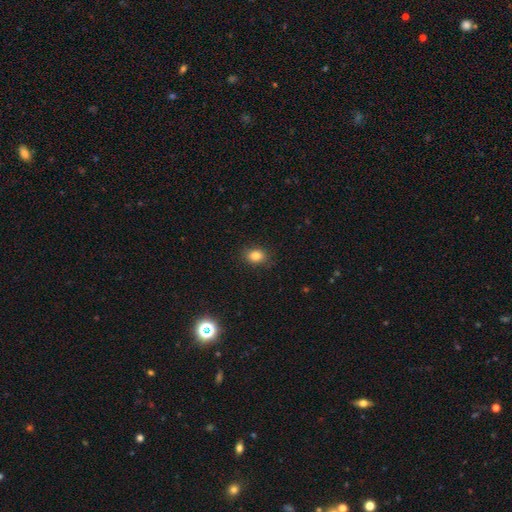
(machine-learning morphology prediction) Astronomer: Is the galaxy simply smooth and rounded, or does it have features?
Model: smooth — 84%.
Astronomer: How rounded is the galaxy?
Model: in between — 61% (runner-up: round, 38%).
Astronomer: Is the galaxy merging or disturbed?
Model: none — 86%.